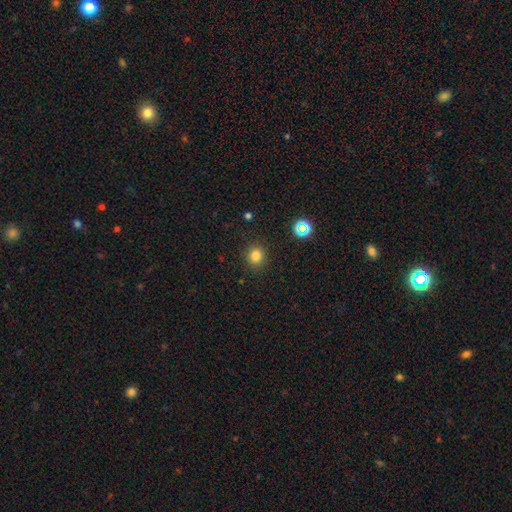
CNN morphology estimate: Smooth or featured? smooth (80%)
How rounded? round (88%)
Merging? none (89%)